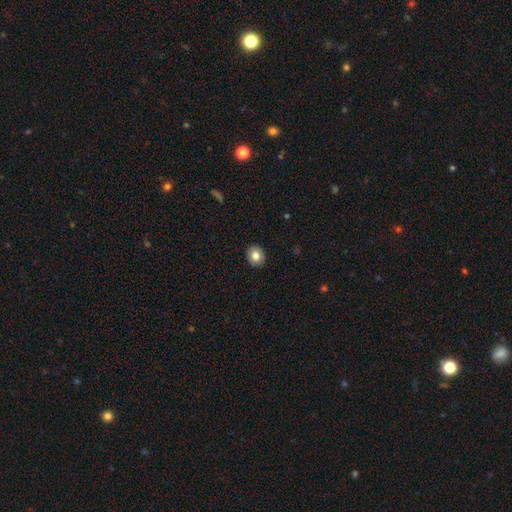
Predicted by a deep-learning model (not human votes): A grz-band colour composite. It shows a smooth galaxy with no disk features (81%) that is round (76%). Merging: none (91%).